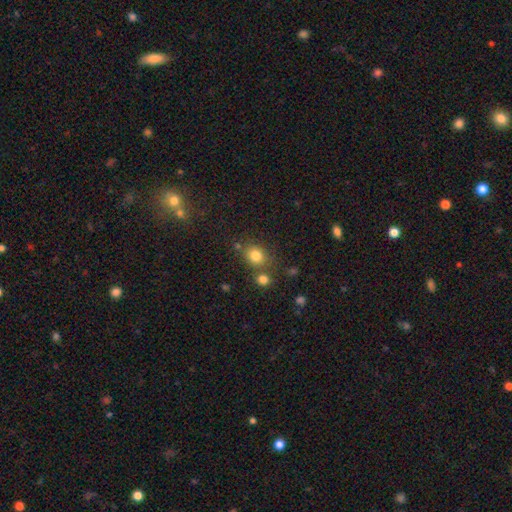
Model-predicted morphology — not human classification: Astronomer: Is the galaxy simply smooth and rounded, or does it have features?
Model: smooth — 80%.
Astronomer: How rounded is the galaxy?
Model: round — 65%.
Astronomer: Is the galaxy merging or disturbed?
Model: none — 66%.